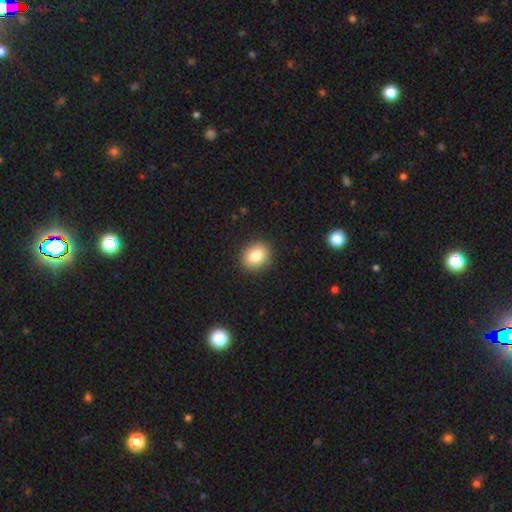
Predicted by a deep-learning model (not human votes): Q: Smooth or featured?
A: smooth (82%); runner-up: star or artifact (10%)
Q: How rounded?
A: round (64%); runner-up: in between (35%)
Q: Merging?
A: none (90%); runner-up: minor disturbance (7%)